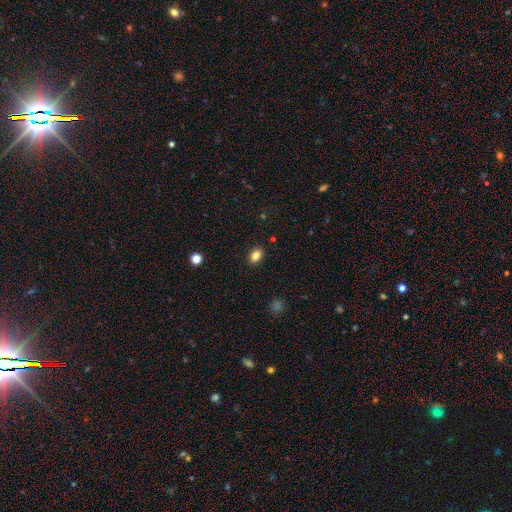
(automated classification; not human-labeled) smooth 84%, star or artifact 10%, featured or disk 6%. Down the decision tree: how rounded — in between (75%); merging — none (89%).